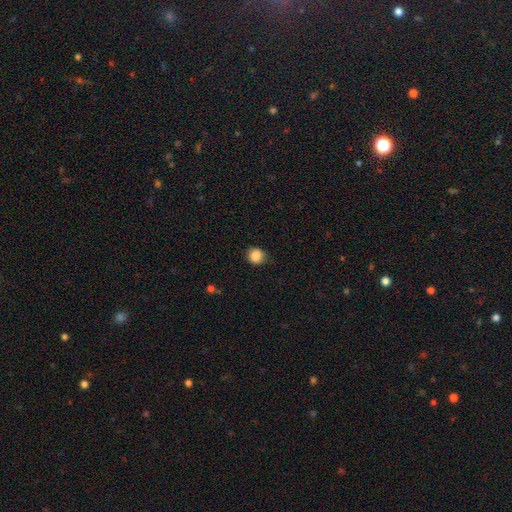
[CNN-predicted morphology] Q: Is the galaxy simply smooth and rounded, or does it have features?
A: smooth — 86%.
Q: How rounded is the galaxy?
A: round — 83%.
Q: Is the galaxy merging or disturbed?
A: none — 75%.